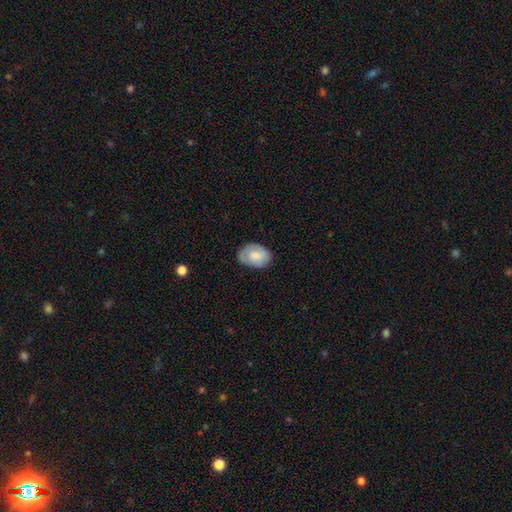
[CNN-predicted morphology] smooth_or_featured: smooth (p=0.55) [alt: featured or disk p=0.38]
how_rounded: in between (p=0.80) [alt: round p=0.19]
merging: none (p=0.71) [alt: minor disturbance p=0.22]